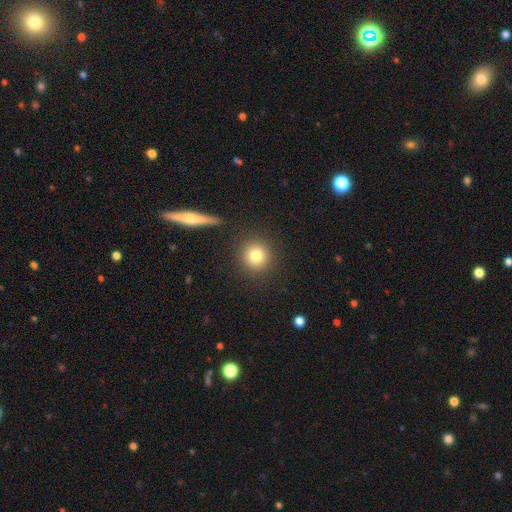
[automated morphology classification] smooth_or_featured: smooth (p=0.80) [alt: star or artifact p=0.11]
how_rounded: round (p=0.93) [alt: in between p=0.06]
merging: none (p=0.88) [alt: minor disturbance p=0.06]